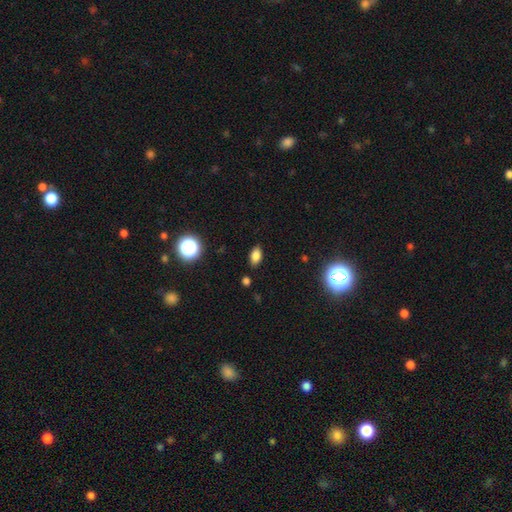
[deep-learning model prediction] Morphology: type=smooth (80%); roundness=in between (89%); merging=none (87%).